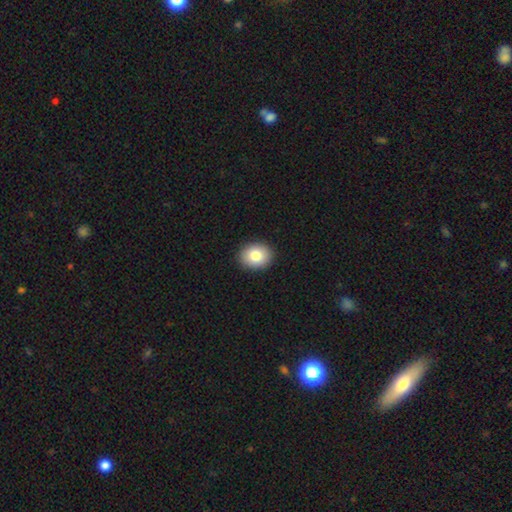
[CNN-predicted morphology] A smooth galaxy with no disk features (82%) that is round (55%).

Vote fractions:
- Smooth or featured? smooth: 82% / featured or disk: 9% / star or artifact: 8%
- How rounded? round: 55% / in between: 44% / cigar-shaped: 1%
- Merging? none: 91% / minor disturbance: 6% / major disturbance: 2% / merger: 1%